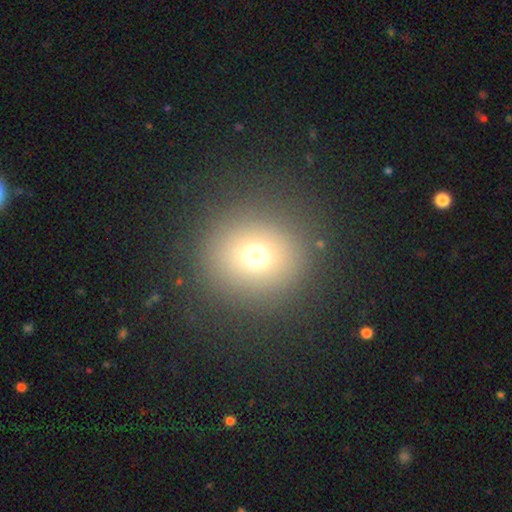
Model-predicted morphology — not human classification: Smooth or featured: smooth — 70% (star or artifact — 19%)
How rounded: round — 89% (in between — 10%)
Merging: none — 88% (minor disturbance — 7%)